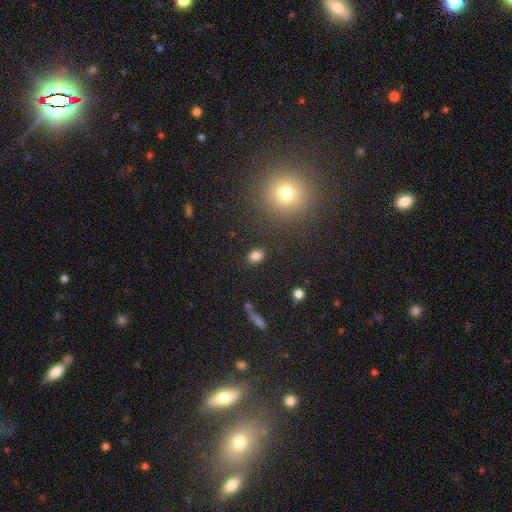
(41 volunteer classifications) smooth_or_featured: smooth (p=0.78) [alt: featured or disk p=0.15]
how_rounded: in between (p=0.59) [alt: round p=0.41]
merging: none (p=0.97) [alt: merger p=0.03]